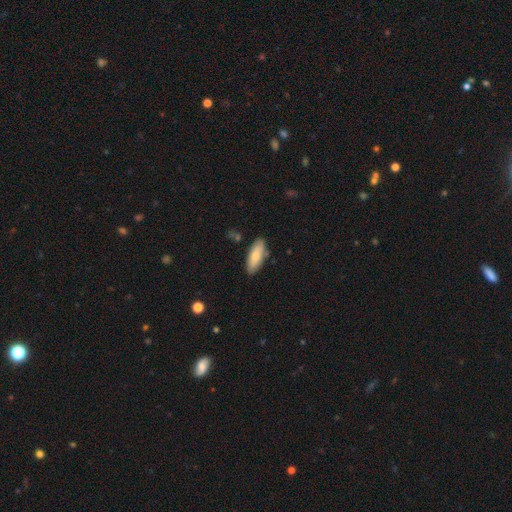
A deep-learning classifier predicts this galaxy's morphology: Q: Smooth or featured?
A: smooth (78%); runner-up: featured or disk (16%)
Q: How rounded?
A: in between (72%); runner-up: cigar-shaped (26%)
Q: Merging?
A: none (80%); runner-up: minor disturbance (14%)